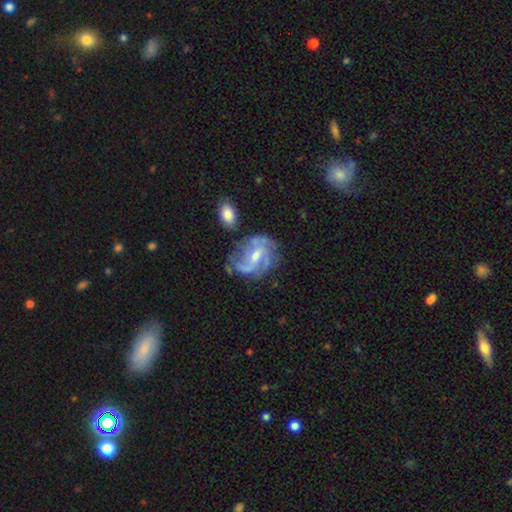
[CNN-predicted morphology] Overall: featured or disk (85%). Edge-on disk: no (98%). Bar: weak (53%; no 29%). Spiral arms: yes (94%). Spiral arm count: 2 (39%; 3 27%). Spiral winding: medium (48%; tight 27%). Bulge size: moderate (50%; small 42%). Merging: none (59%; minor disturbance 22%).